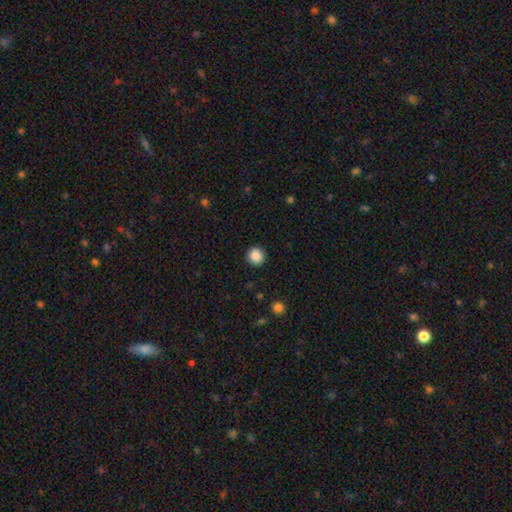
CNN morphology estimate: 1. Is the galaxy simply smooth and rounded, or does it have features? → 88% smooth, 9% star or artifact, 3% featured or disk.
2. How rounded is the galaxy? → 92% round, 7% in between, 1% cigar-shaped.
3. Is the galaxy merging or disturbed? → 92% none, 6% minor disturbance, 2% major disturbance, 1% merger.